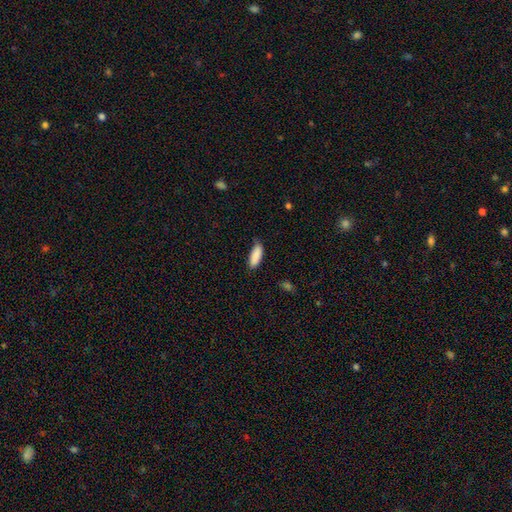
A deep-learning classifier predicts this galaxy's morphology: Smooth or featured? smooth (89%)
How rounded? in between (68%)
Merging? none (74%)